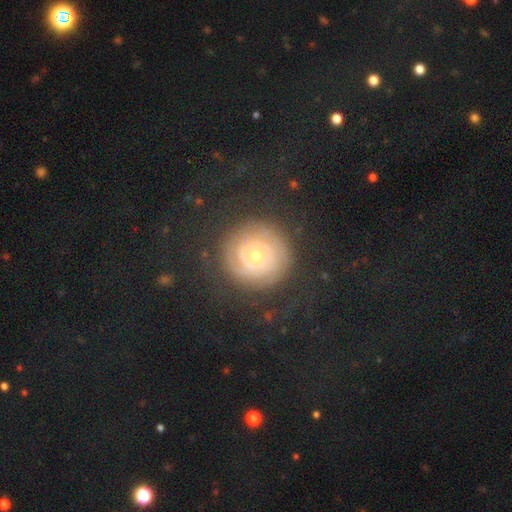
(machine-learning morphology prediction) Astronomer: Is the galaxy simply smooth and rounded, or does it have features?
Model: featured or disk — 74%.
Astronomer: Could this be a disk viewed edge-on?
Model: no — 97%.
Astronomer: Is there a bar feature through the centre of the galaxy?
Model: no — 81%.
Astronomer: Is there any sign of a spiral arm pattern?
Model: yes — 91%.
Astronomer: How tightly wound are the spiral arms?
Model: tight — 83%.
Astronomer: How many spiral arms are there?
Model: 2 — 33% (runner-up: can't tell, 32%).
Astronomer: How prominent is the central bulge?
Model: small — 50% (runner-up: moderate, 46%).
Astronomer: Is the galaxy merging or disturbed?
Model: none — 81%.